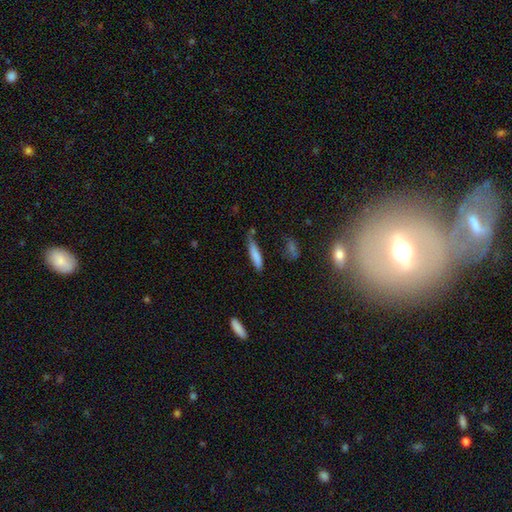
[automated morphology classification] This appears to be a smooth galaxy with no disk features (80%) that is cigar-shaped (78%). Merging: none (52%).